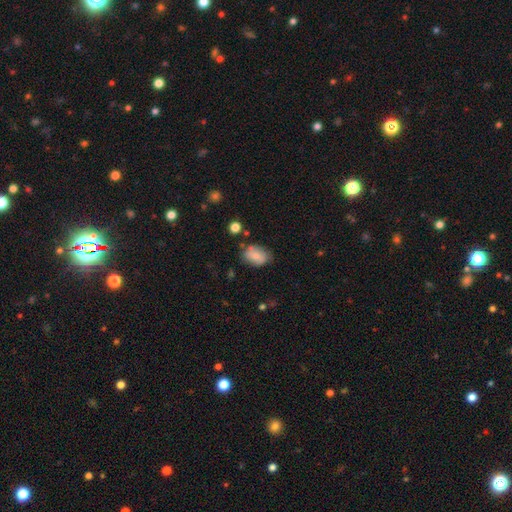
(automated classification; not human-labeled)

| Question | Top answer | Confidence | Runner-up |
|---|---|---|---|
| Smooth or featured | smooth | 68% | featured or disk (24%) |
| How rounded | in between | 79% | round (19%) |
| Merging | none | 67% | minor disturbance (24%) |